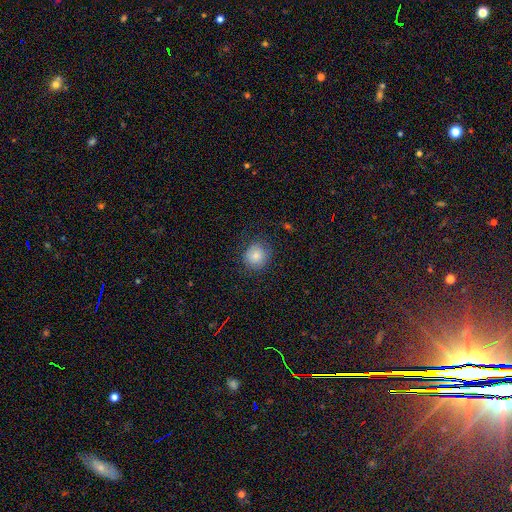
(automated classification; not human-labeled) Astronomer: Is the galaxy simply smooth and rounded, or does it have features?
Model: smooth — 82%.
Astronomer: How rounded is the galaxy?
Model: round — 88%.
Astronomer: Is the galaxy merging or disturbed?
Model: none — 80%.